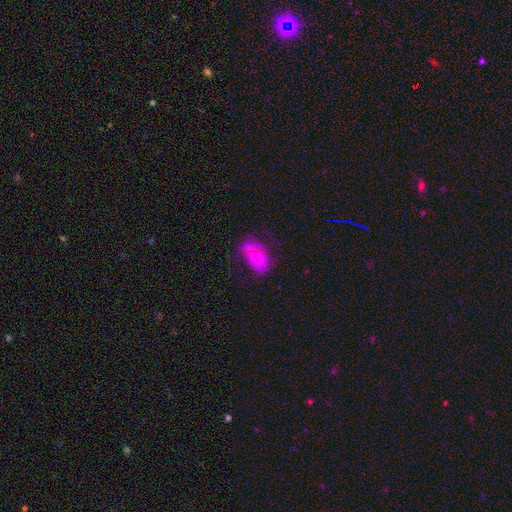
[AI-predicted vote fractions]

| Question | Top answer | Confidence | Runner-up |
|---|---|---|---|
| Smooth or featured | smooth | 53% | featured or disk (36%) |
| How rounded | in between | 80% | round (18%) |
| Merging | none | 51% | minor disturbance (30%) |